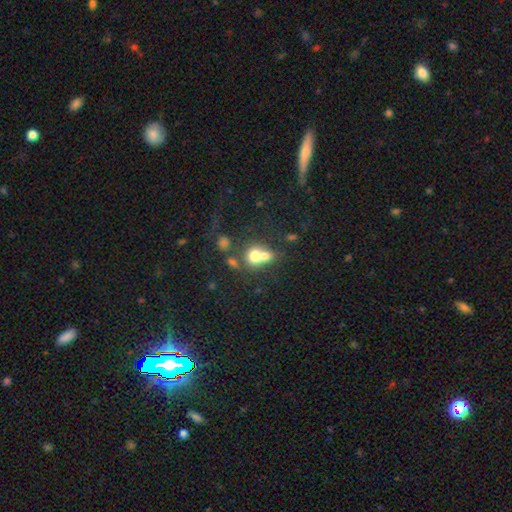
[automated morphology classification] type=smooth (67%); roundness=round (65%); merging=merger (63%).